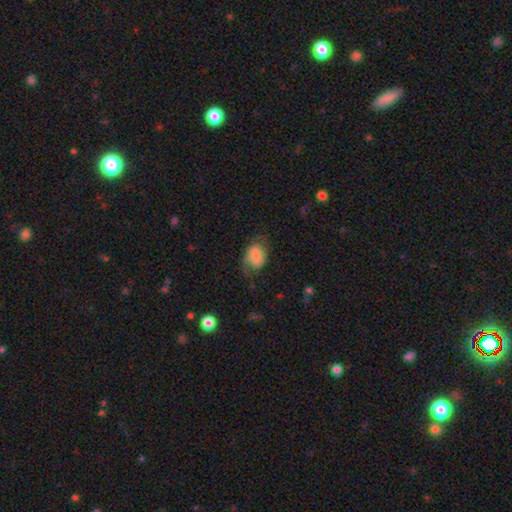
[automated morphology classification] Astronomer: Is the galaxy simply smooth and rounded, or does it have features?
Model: smooth — 61%.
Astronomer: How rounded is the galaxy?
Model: in between — 76%.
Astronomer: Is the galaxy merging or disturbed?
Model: none — 53%.